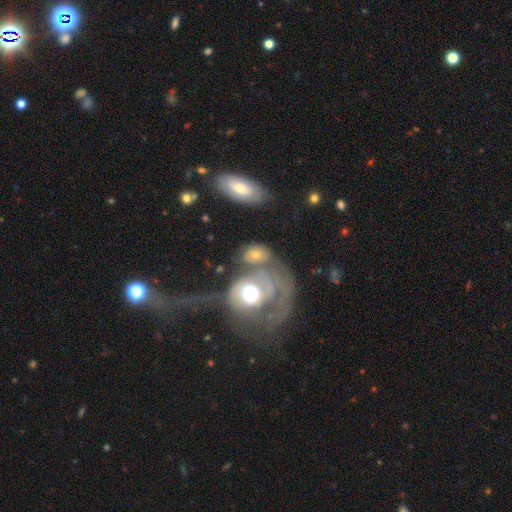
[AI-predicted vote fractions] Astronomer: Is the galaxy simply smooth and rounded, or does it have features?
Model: featured or disk — 60%.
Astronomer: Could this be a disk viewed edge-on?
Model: no — 95%.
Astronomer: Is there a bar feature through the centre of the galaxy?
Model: no — 76%.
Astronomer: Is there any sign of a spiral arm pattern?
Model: yes — 60% (runner-up: no, 40%).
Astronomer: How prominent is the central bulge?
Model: moderate — 59%.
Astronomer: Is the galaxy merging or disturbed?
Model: merger — 38% (runner-up: major disturbance, 31%).